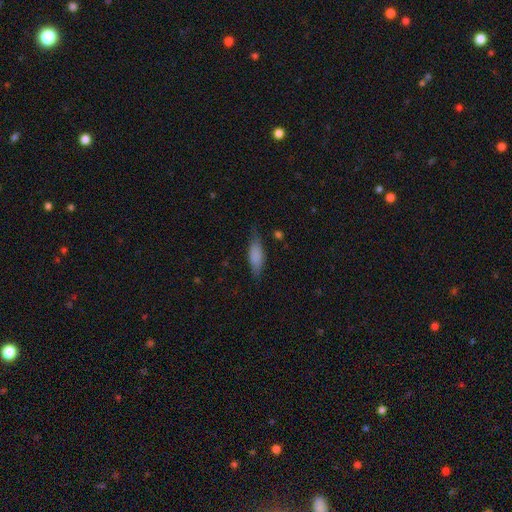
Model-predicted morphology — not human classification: smooth-or-featured: smooth: 81% | featured or disk: 12% | star or artifact: 7%
  how-rounded: in between: 61% | cigar-shaped: 37% | round: 2%
  merging: none: 71% | minor disturbance: 22% | major disturbance: 5% | merger: 2%